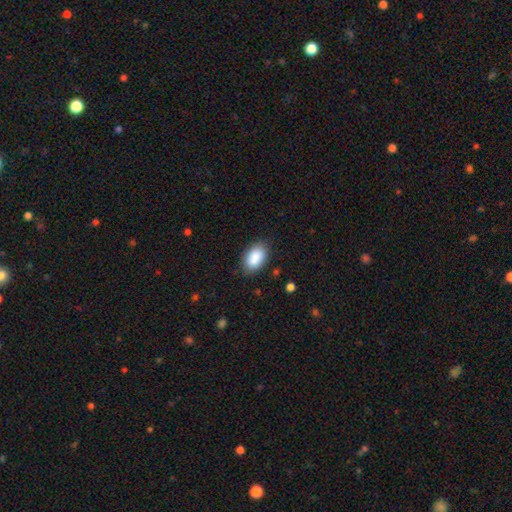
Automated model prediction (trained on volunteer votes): Smooth or featured? smooth (89%)
How rounded? in between (93%)
Merging? none (84%)